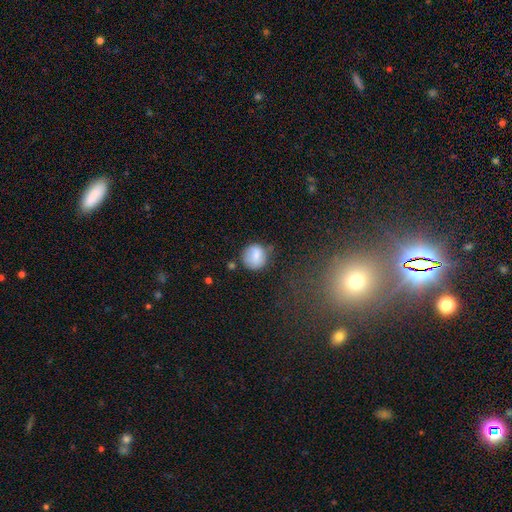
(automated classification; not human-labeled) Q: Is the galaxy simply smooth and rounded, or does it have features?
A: smooth — 78%.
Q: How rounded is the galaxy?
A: round — 84%.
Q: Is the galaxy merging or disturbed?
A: none — 67%.